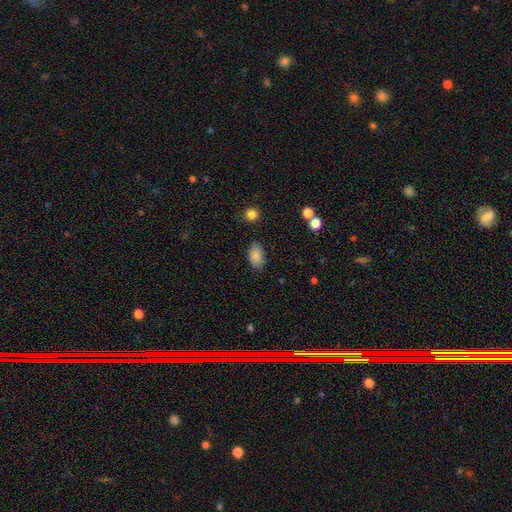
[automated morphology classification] Smooth or featured? smooth (86%)
How rounded? in between (90%)
Merging? none (81%)